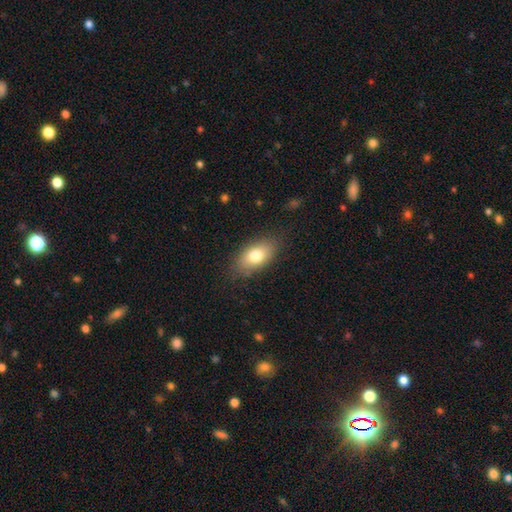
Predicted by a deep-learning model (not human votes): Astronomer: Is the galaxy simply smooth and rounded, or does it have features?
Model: smooth — 77%.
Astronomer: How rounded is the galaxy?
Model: in between — 88%.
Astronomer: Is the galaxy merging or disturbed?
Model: none — 82%.